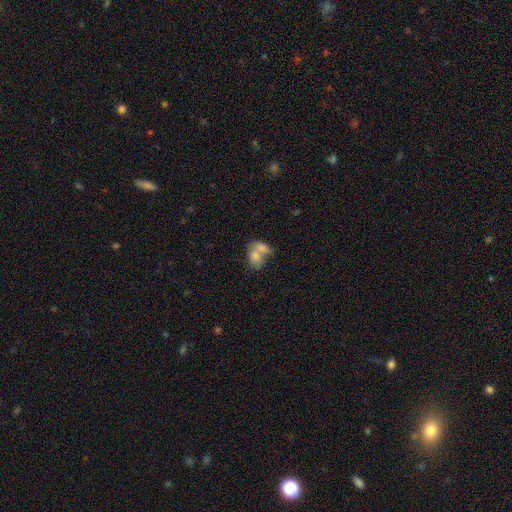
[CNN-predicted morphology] Smooth or featured?
  - smooth: 76% *
  - featured or disk: 16%
  - star or artifact: 7%
How rounded?
  - in between: 78% *
  - round: 21%
  - cigar-shaped: 2%
Merging?
  - merger: 68% *
  - none: 19%
  - minor disturbance: 8%
  - major disturbance: 5%